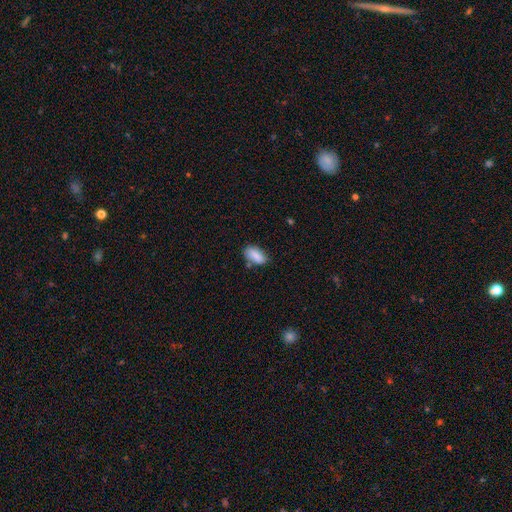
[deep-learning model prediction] smooth 85%, featured or disk 8%, star or artifact 7%. Down the decision tree: how rounded — in between (90%); merging — none (65%).